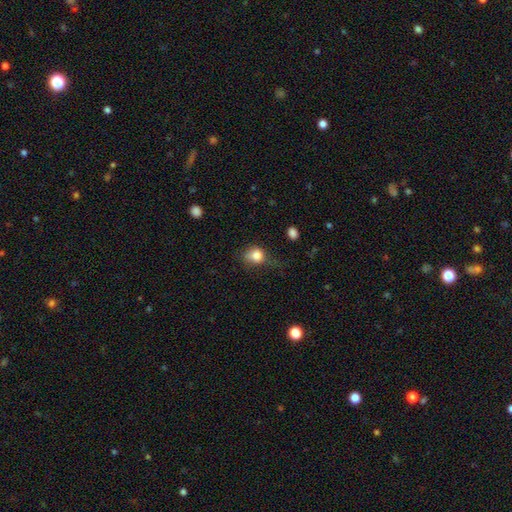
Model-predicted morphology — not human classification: Smooth or featured: smooth — 81% (star or artifact — 11%)
How rounded: round — 69% (in between — 30%)
Merging: none — 48% (minor disturbance — 33%)